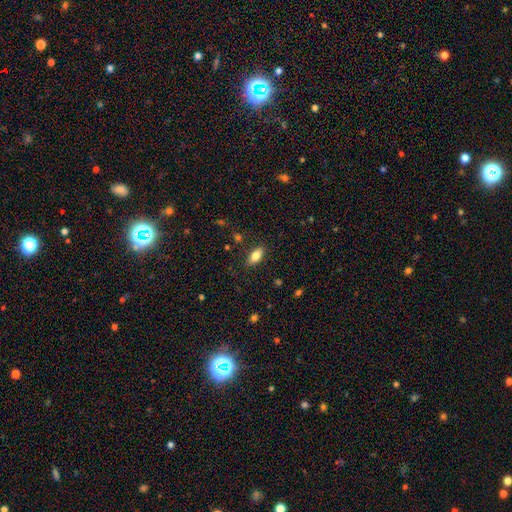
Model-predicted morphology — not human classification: smooth-or-featured: smooth: 81% | featured or disk: 11% | star or artifact: 8%
  how-rounded: in between: 87% | cigar-shaped: 10% | round: 3%
  merging: none: 86% | minor disturbance: 10% | major disturbance: 3% | merger: 1%